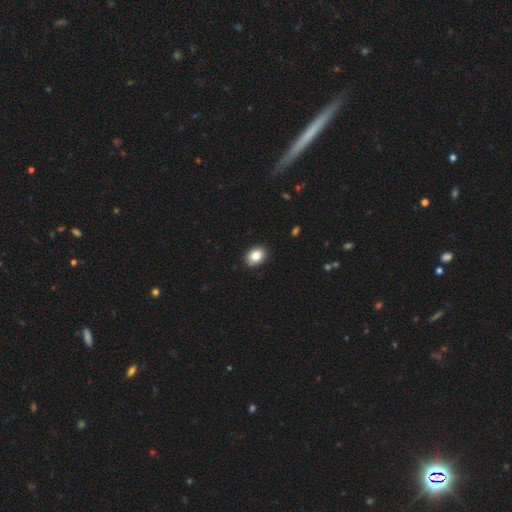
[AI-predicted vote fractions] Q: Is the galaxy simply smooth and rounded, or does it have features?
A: smooth — 83%.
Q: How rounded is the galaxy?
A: in between — 64%.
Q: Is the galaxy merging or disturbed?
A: none — 89%.